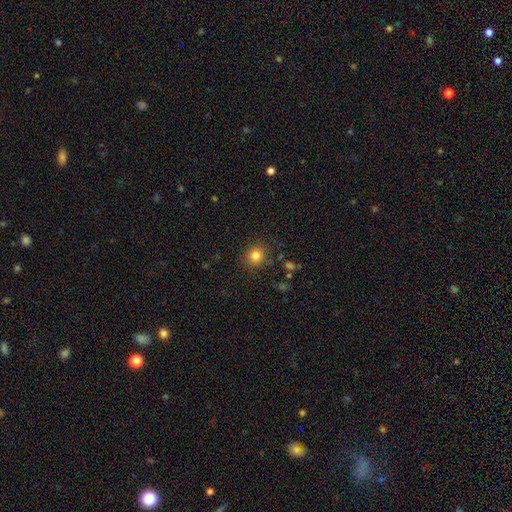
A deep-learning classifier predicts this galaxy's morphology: A smooth galaxy with no disk features (81%) that is round (88%).

Vote fractions:
- Smooth or featured? smooth: 81% / star or artifact: 13% / featured or disk: 6%
- How rounded? round: 88% / in between: 11% / cigar-shaped: 1%
- Merging? none: 87% / minor disturbance: 8% / major disturbance: 3% / merger: 2%